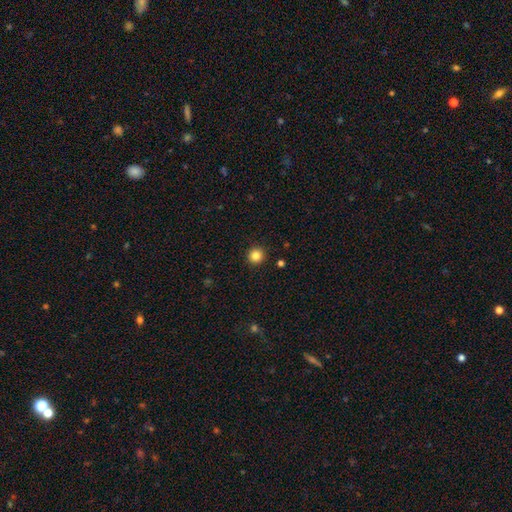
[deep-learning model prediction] smooth 84%, star or artifact 12%, featured or disk 5%. Down the decision tree: how rounded — round (95%); merging — none (93%).